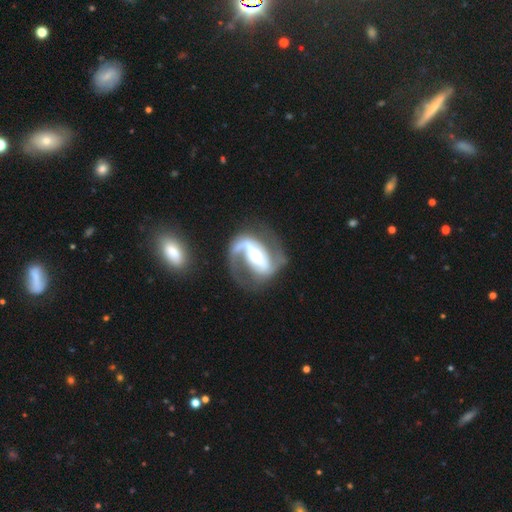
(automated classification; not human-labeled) The model was most divided on "spiral winding": medium: 45%, loose: 37%, tight: 18%. More confident: edge-on disk — no (95%); spiral arms — yes (94%); smooth or featured — featured or disk (89%); spiral arm count — 2 (78%); bar — strong (70%); merging — none (60%); bulge size — moderate (58%).